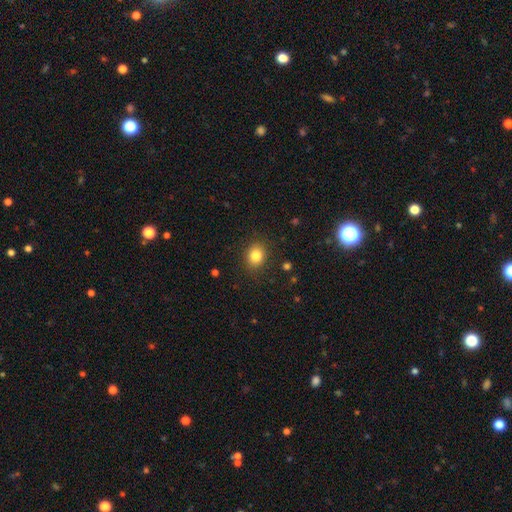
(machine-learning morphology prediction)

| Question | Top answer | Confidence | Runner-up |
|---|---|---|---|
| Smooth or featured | smooth | 83% | star or artifact (11%) |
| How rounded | round | 59% | in between (40%) |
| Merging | none | 87% | minor disturbance (9%) |